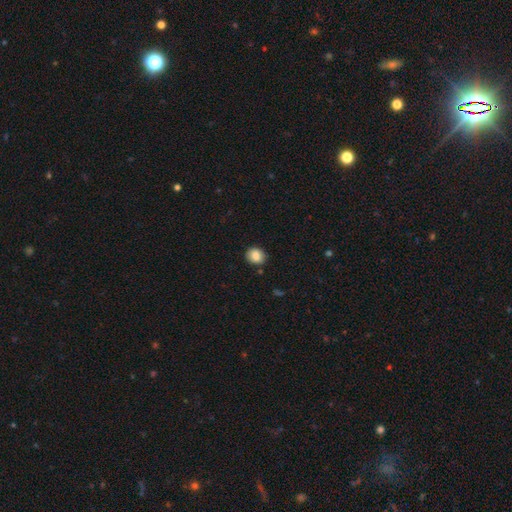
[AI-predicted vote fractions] Smooth or featured?
  - smooth: 87% *
  - star or artifact: 9%
  - featured or disk: 4%
How rounded?
  - round: 67% *
  - in between: 32%
  - cigar-shaped: 1%
Merging?
  - none: 83% *
  - minor disturbance: 13%
  - major disturbance: 3%
  - merger: 2%